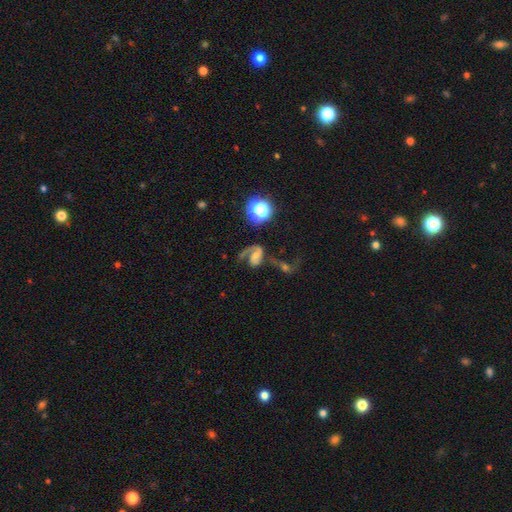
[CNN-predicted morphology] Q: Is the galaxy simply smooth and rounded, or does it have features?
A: featured or disk — 68%.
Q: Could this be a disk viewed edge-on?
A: no — 98%.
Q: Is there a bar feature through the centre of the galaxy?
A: no — 53%.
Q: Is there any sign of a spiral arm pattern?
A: yes — 89%.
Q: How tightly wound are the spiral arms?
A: loose — 52%.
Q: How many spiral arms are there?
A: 2 — 49%.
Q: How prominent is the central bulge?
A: none — 33%.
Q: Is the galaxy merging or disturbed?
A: none — 33%, tied with major disturbance.